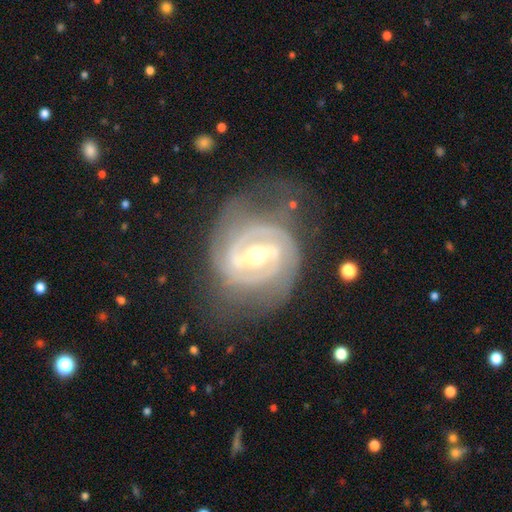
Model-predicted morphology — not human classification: This is clearly a featured or disk galaxy (91%). It is clearly not viewed edge-on (97%). Bar: possibly strong (59%). Spiral arm pattern: clearly yes (97%). Spiral arm count: likely 2 (70%). Spiral winding: possibly tight (59%). Central bulge: possibly moderate (58%). Merging: likely none (62%).